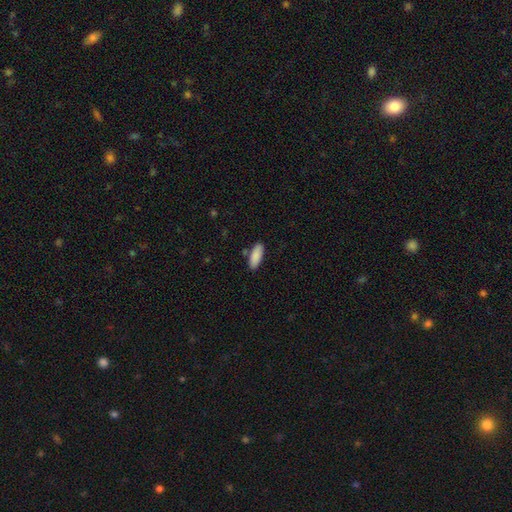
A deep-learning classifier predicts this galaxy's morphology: Overall: smooth (89%). How rounded: in between (70%). Merging: none (83%).